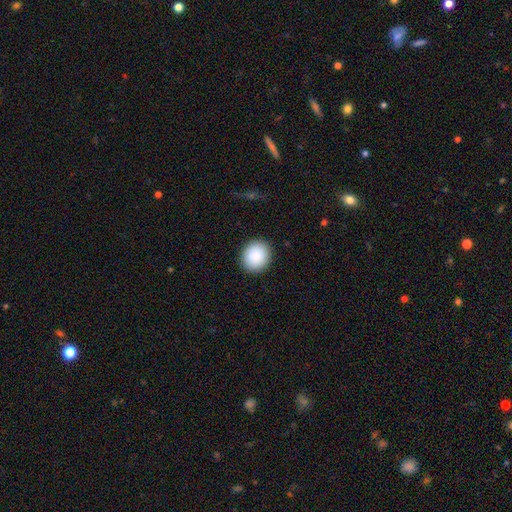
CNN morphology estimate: The model was most divided on "how rounded": round: 79%, in between: 20%, cigar-shaped: 1%. More confident: merging — none (91%); smooth or featured — smooth (90%).